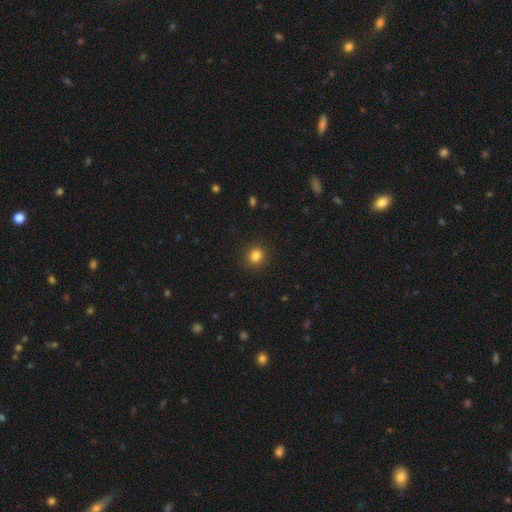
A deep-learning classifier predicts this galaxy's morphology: This appears to be a smooth galaxy with no disk features (84%) that is round (80%). Merging: none (90%).